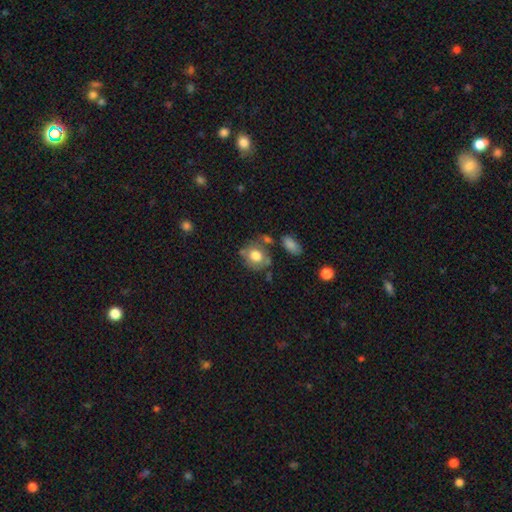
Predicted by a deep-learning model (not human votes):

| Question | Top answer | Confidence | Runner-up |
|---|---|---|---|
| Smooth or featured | smooth | 69% | featured or disk (23%) |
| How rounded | round | 67% | in between (32%) |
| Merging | none | 55% | minor disturbance (22%) |